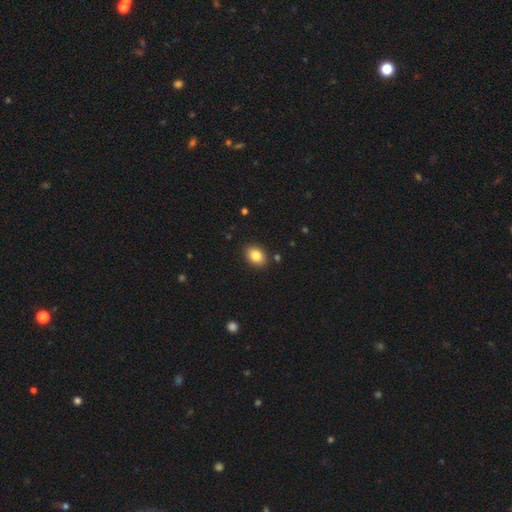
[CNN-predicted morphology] Smooth or featured?
  - smooth: 84% *
  - star or artifact: 9%
  - featured or disk: 7%
How rounded?
  - in between: 69% *
  - round: 30%
  - cigar-shaped: 1%
Merging?
  - none: 89% *
  - minor disturbance: 8%
  - major disturbance: 2%
  - merger: 2%